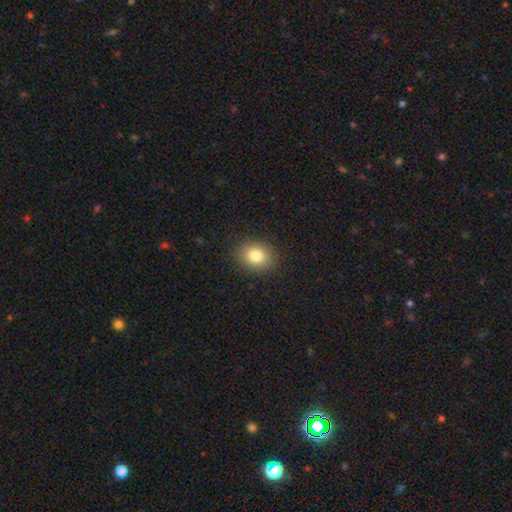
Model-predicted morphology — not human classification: A smooth galaxy with no disk features (83%) that is in between round and cigar-shaped (50%). Merging: none (89%).